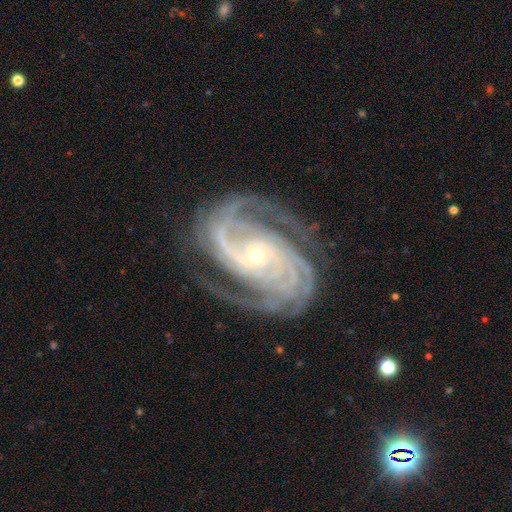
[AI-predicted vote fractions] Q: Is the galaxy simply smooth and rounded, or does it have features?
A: featured or disk — 93%.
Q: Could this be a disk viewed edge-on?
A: no — 97%.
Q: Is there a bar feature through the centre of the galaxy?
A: no — 58%.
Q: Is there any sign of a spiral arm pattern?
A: yes — 99%.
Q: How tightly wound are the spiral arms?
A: tight — 62%.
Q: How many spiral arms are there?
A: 2 — 34%.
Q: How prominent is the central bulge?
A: small — 71%.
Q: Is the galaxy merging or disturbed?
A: none — 74%.